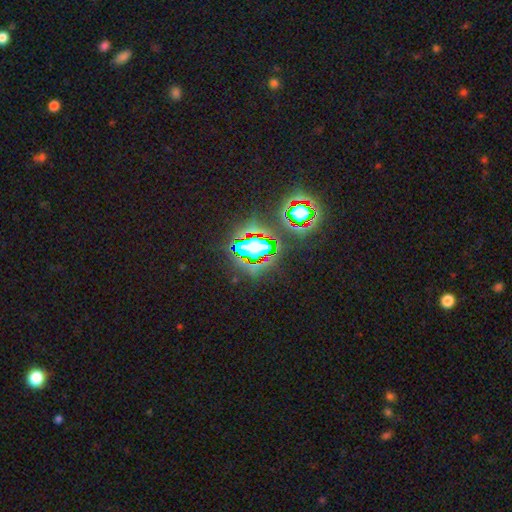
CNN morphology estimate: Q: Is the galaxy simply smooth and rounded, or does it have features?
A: star or artifact — 80%.